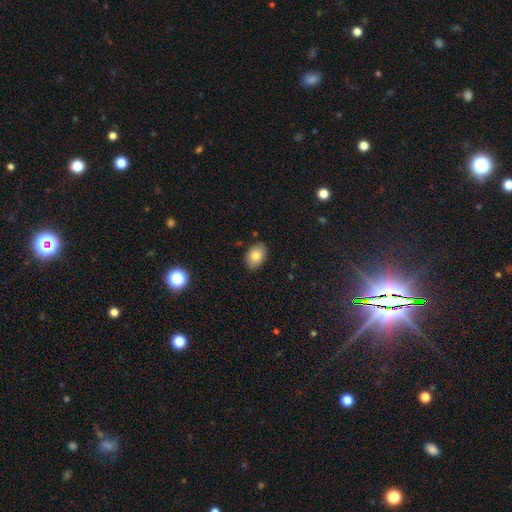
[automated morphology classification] Smooth or featured: smooth — 81% (featured or disk — 11%)
How rounded: in between — 86% (round — 13%)
Merging: none — 87% (minor disturbance — 10%)